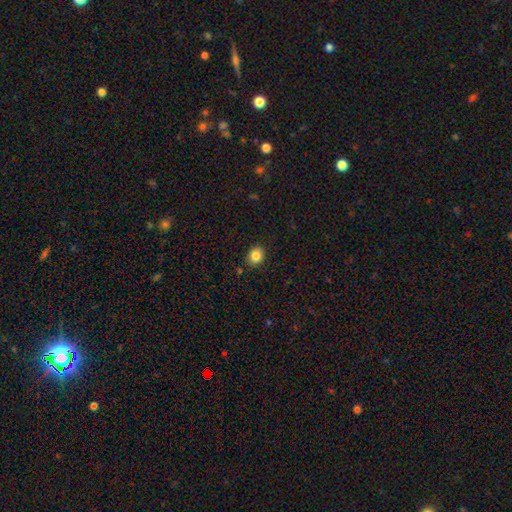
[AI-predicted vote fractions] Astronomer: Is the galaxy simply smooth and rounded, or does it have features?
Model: smooth — 84%.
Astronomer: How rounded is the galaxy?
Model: round — 60% (runner-up: in between, 39%).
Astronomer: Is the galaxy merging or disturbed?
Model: none — 89%.